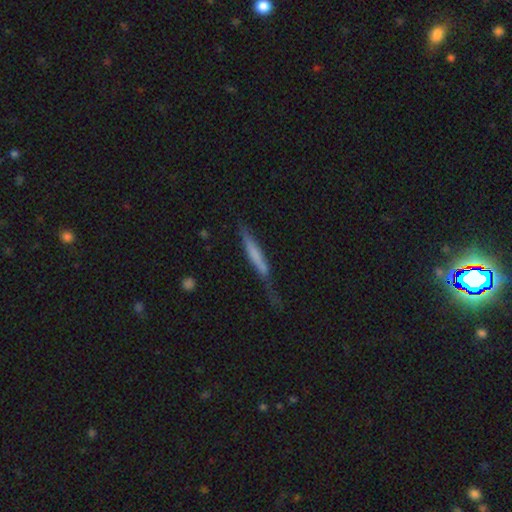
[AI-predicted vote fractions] Overall: smooth (57%; featured or disk 37%). How rounded: cigar-shaped (93%). Merging: none (51%; minor disturbance 29%).